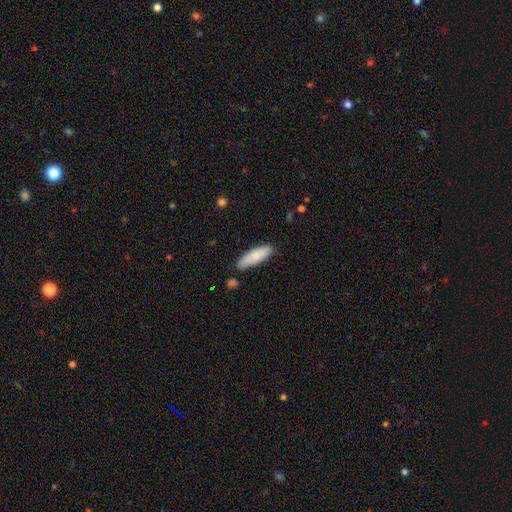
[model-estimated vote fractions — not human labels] Q: Smooth or featured?
A: smooth (81%); runner-up: featured or disk (13%)
Q: How rounded?
A: in between (54%); runner-up: cigar-shaped (45%)
Q: Merging?
A: none (81%); runner-up: minor disturbance (14%)